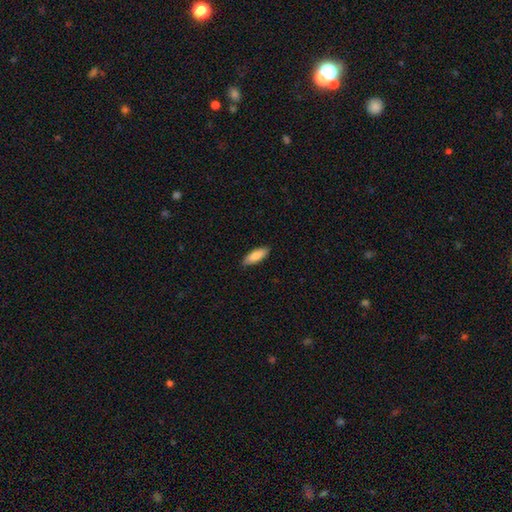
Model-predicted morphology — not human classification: Overall: smooth (86%). How rounded: in between (64%; cigar-shaped 34%). Merging: none (88%).